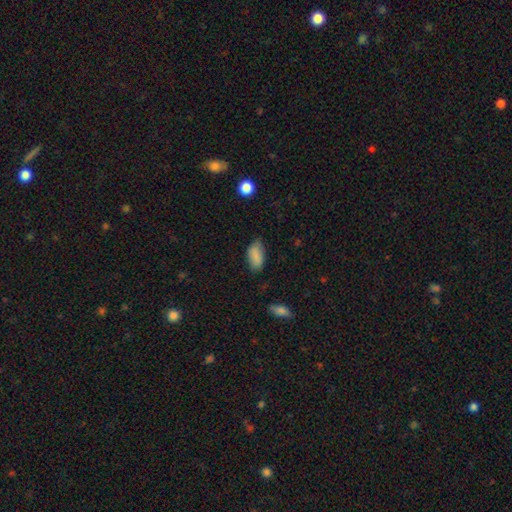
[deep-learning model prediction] Overall: smooth (85%). How rounded: in between (92%). Merging: none (67%).